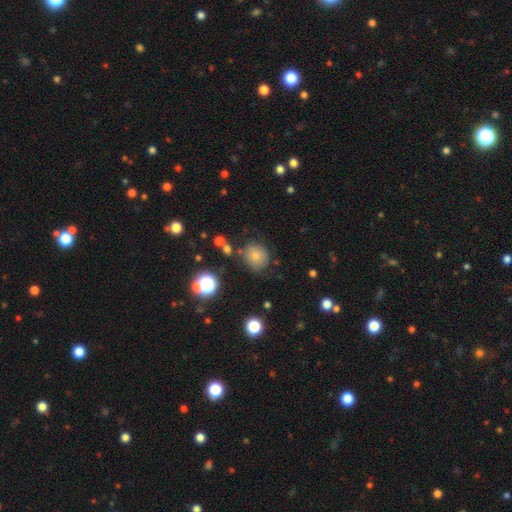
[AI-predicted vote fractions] A smooth galaxy with no disk features (75%) that is round (77%). Merging: none (72%).